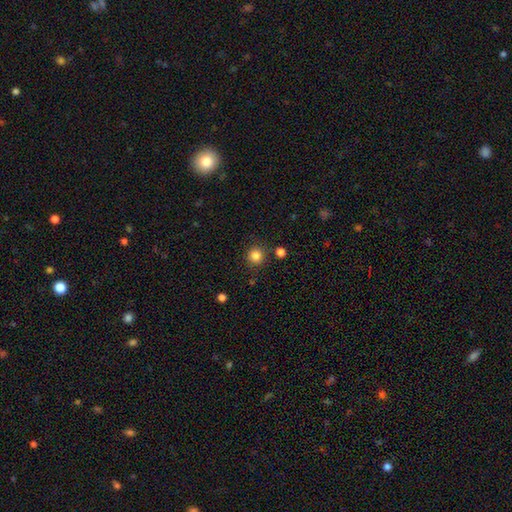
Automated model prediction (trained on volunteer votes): Smooth or featured? smooth (84%)
How rounded? round (93%)
Merging? none (86%)